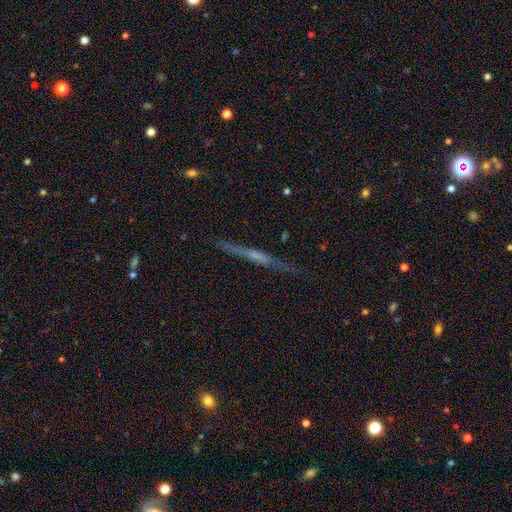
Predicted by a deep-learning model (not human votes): The model was most divided on "edge-on bulge": rounded: 49%, none: 38%, boxy: 13%. More confident: edge-on disk — yes (97%); merging — none (88%); smooth or featured — featured or disk (72%).